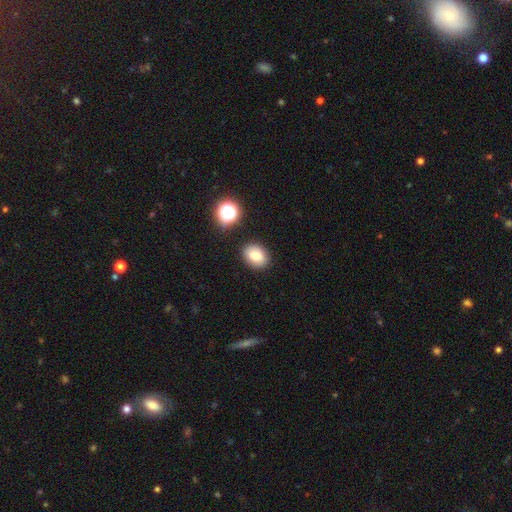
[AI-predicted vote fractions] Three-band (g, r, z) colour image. It shows a smooth galaxy with no disk features (81%) that is in between round and cigar-shaped (65%). Merging: none (86%).